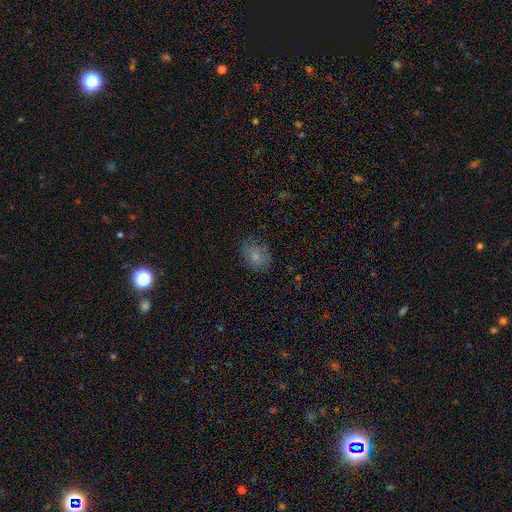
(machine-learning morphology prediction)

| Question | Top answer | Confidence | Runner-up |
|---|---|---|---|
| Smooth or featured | smooth | 77% | featured or disk (13%) |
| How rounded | in between | 63% | round (36%) |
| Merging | none | 72% | minor disturbance (20%) |